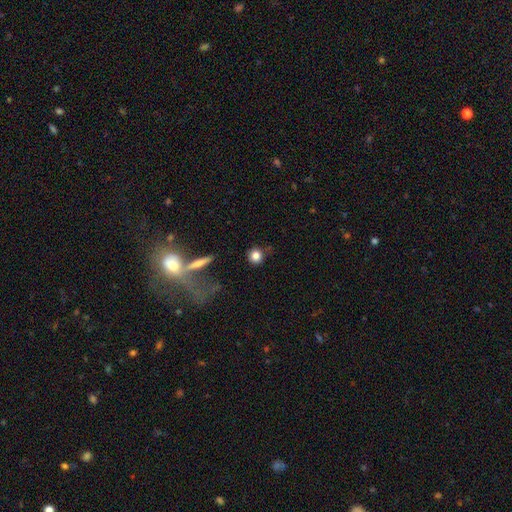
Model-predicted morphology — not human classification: Q: Smooth or featured?
A: smooth (82%); runner-up: star or artifact (10%)
Q: How rounded?
A: round (90%); runner-up: in between (8%)
Q: Merging?
A: none (80%); runner-up: minor disturbance (11%)